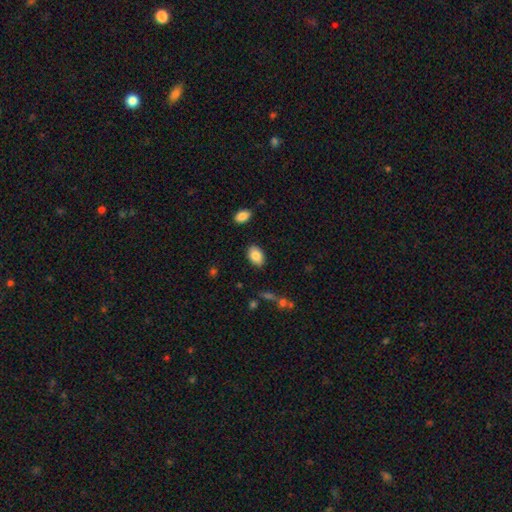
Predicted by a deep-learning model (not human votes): smooth_or_featured: smooth (p=0.85) [alt: featured or disk p=0.08]
how_rounded: in between (p=0.87) [alt: round p=0.12]
merging: none (p=0.85) [alt: minor disturbance p=0.10]